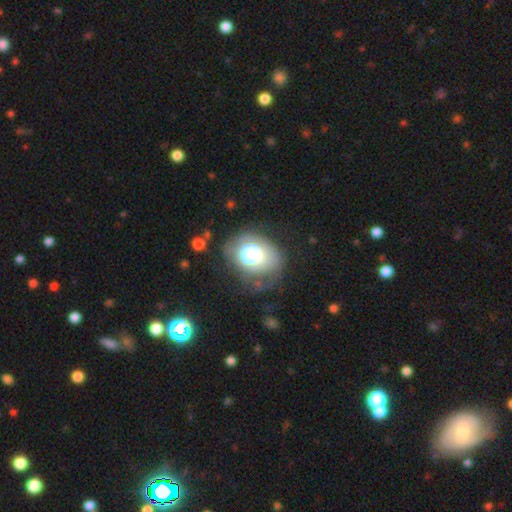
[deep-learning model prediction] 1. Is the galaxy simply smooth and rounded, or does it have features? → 55% smooth, 34% featured or disk, 12% star or artifact.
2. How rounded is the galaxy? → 51% in between, 48% round, 1% cigar-shaped.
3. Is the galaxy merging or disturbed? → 47% none, 26% minor disturbance, 23% major disturbance, 4% merger.